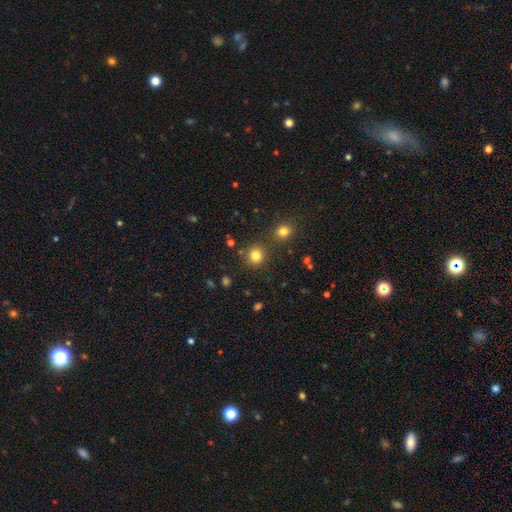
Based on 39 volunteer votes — smooth-or-featured: smooth: 74% | featured or disk: 18% | star or artifact: 8%
  how-rounded: round: 90% | in between: 10% | cigar-shaped: 0%
  merging: none: 67% | minor disturbance: 17% | merger: 14% | major disturbance: 3%